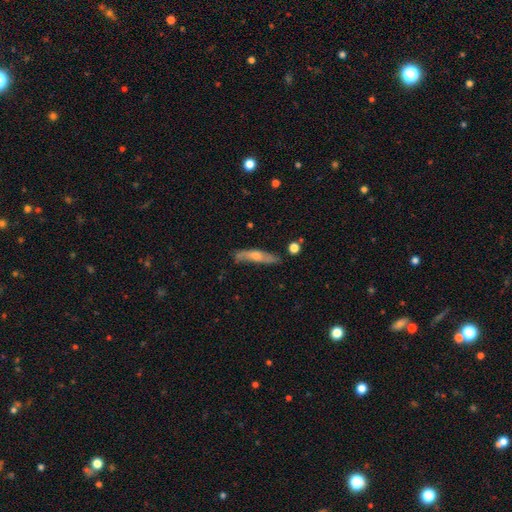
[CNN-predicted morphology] The model was most divided on "smooth or featured": featured or disk: 55%, smooth: 38%, star or artifact: 7%. More confident: merging — none (74%); edge-on disk — yes (67%).